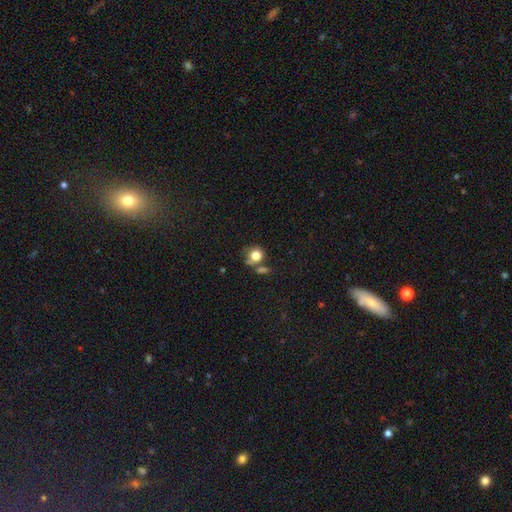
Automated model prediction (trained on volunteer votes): Smooth or featured?
  - smooth: 78% *
  - star or artifact: 12%
  - featured or disk: 10%
How rounded?
  - round: 80% *
  - in between: 19%
  - cigar-shaped: 1%
Merging?
  - none: 55% *
  - merger: 23%
  - minor disturbance: 15%
  - major disturbance: 7%